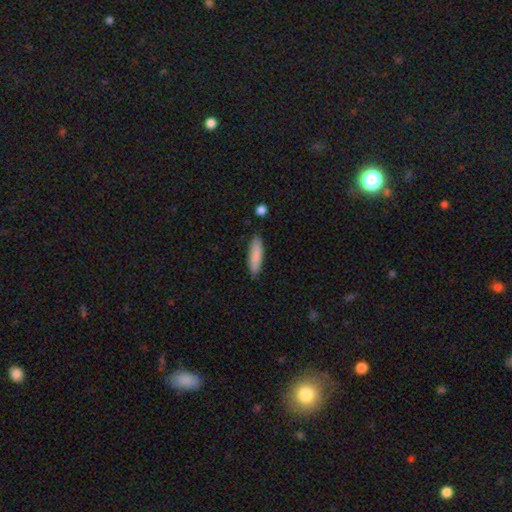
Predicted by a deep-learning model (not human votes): Overall: smooth (85%). How rounded: cigar-shaped (69%; in between 29%). Merging: none (85%).